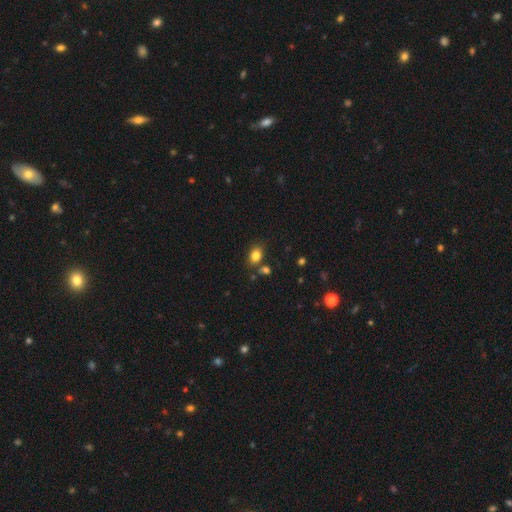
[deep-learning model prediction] Morphology: type=smooth (82%); roundness=in between (74%); merging=none (73%).